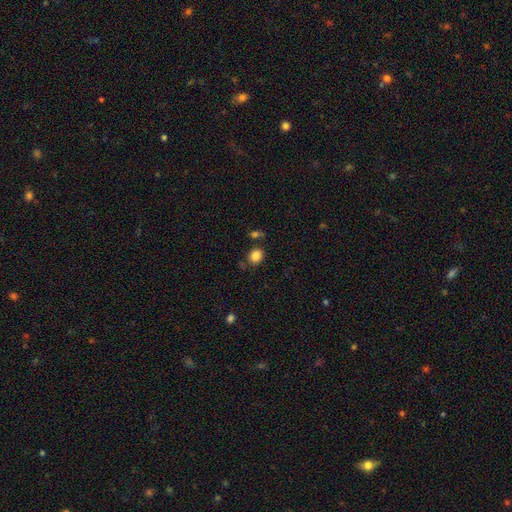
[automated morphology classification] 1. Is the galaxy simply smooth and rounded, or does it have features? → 85% smooth, 10% star or artifact, 5% featured or disk.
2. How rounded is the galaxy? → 58% round, 41% in between, 1% cigar-shaped.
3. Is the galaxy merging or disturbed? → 75% none, 13% minor disturbance, 7% merger, 4% major disturbance.